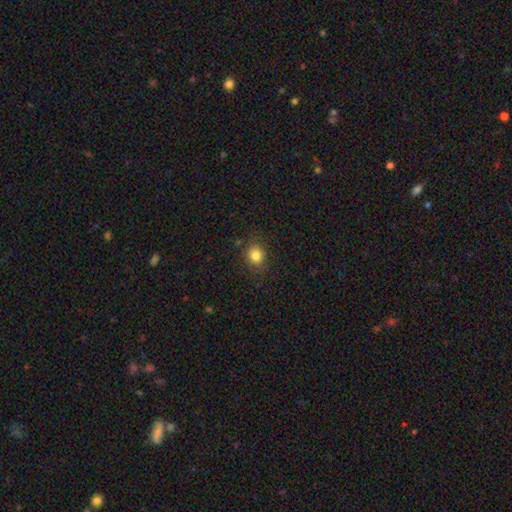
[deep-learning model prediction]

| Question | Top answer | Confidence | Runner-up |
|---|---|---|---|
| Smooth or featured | smooth | 82% | star or artifact (11%) |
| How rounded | round | 71% | in between (28%) |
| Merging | none | 84% | minor disturbance (11%) |